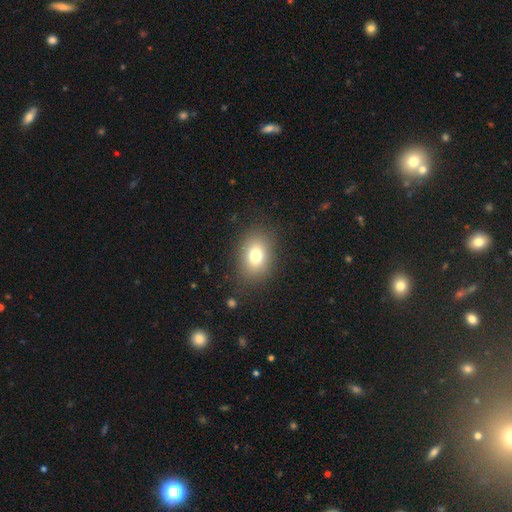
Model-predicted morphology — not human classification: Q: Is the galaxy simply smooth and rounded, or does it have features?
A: smooth — 77%.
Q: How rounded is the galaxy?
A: in between — 68%.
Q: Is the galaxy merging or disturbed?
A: none — 84%.